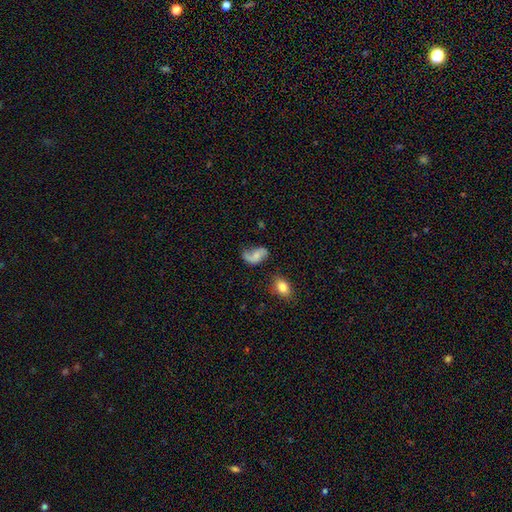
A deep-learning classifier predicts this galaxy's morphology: smooth-or-featured: featured or disk: 61% | smooth: 30% | star or artifact: 9%
  disk-edge-on: no: 97% | yes: 3%
    bar: no: 58% | weak: 33% | strong: 9%
    has-spiral-arms: yes: 90% | no: 10%
      spiral-winding: loose: 72% | medium: 22% | tight: 6%
      spiral-arm-count: 2: 78% | 1: 16% | can't tell: 3% | 3: 1% | 4: 1% | more than 4: 1%
    bulge-size: none: 41% | small: 32% | moderate: 20% | large: 5% | dominant: 2%
  merging: none: 53% | minor disturbance: 25% | major disturbance: 17% | merger: 5%